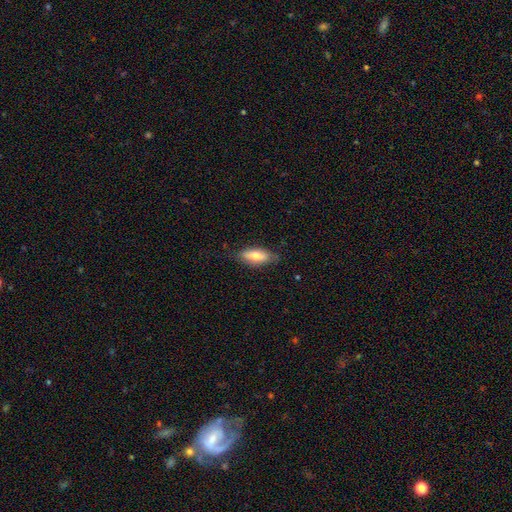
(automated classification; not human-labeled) smooth_or_featured: smooth (p=0.70) [alt: featured or disk p=0.24]
how_rounded: in between (p=0.69) [alt: cigar-shaped p=0.29]
merging: none (p=0.78) [alt: minor disturbance p=0.18]